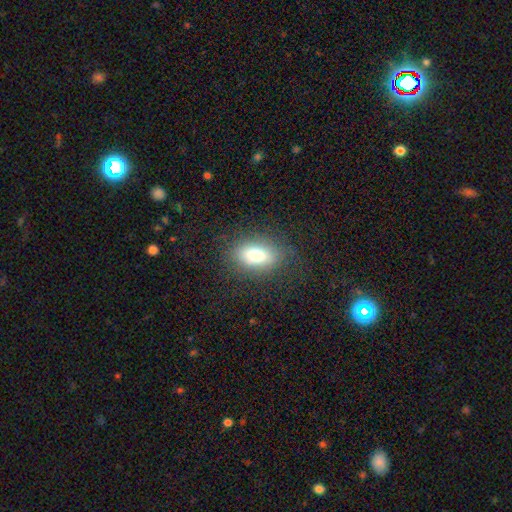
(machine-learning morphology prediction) Overall: smooth (75%). How rounded: in between (85%). Merging: none (79%).